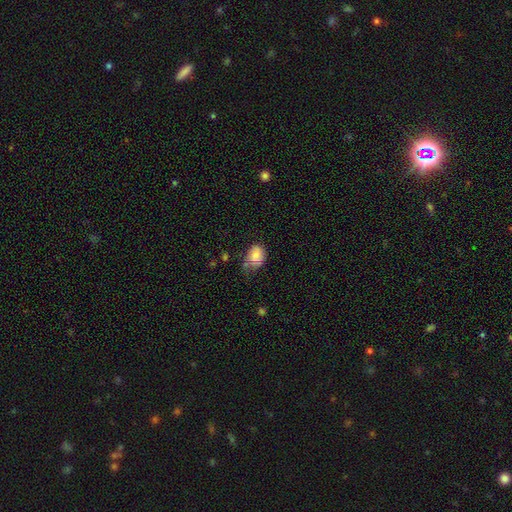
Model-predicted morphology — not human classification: The model was most divided on "merging": none: 45%, minor disturbance: 38%, major disturbance: 12%, merger: 5%. More confident: smooth or featured — smooth (76%); how rounded — in between (68%).